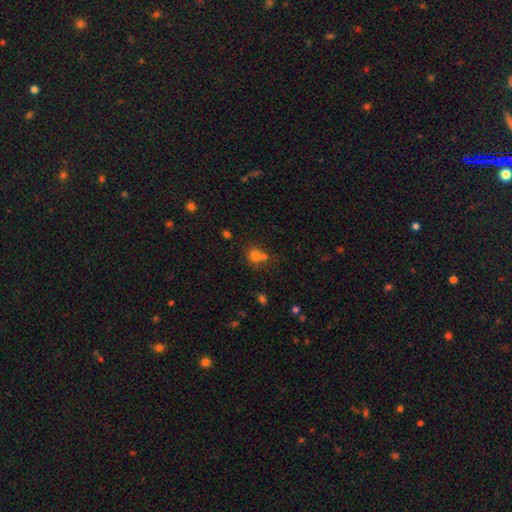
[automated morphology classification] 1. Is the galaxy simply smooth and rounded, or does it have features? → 73% smooth, 16% star or artifact, 11% featured or disk.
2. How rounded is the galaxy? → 80% round, 19% in between, 1% cigar-shaped.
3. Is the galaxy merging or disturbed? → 46% none, 43% merger, 8% minor disturbance, 4% major disturbance.